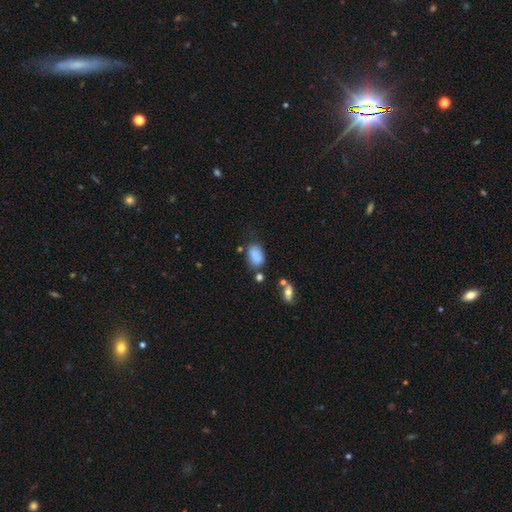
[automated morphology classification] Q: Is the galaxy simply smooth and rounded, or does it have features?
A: smooth — 84%.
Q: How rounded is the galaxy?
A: in between — 87%.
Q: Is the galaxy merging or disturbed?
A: none — 59%.